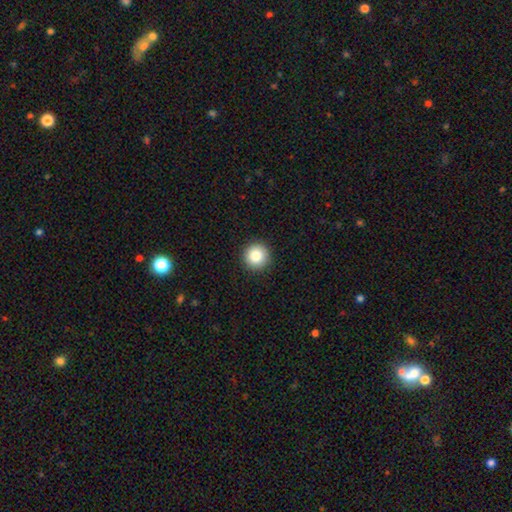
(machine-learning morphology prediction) Smooth or featured? Predicted: smooth (p=0.84). How rounded? Predicted: round (p=0.96). Merging? Predicted: none (p=0.93).